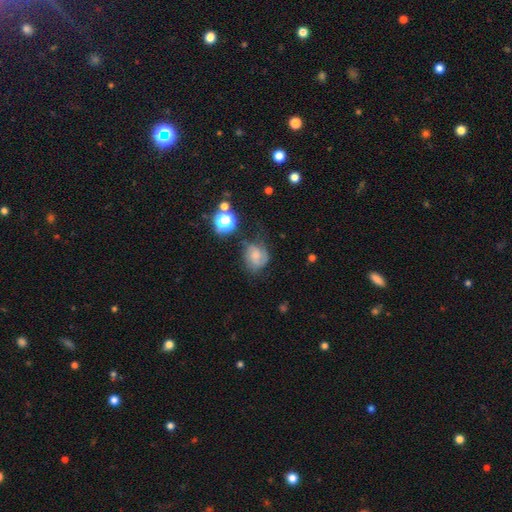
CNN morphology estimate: type=smooth (46%); merging=none (43%).